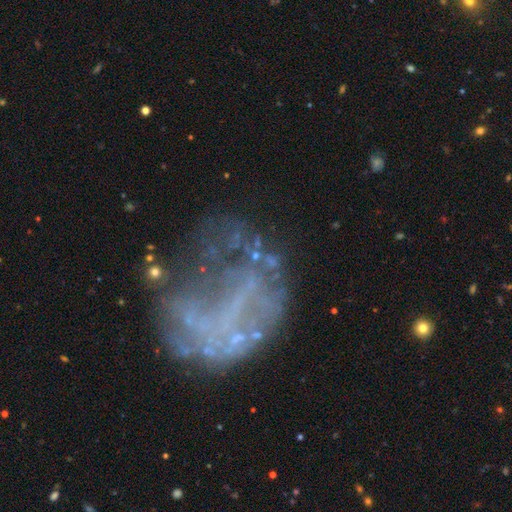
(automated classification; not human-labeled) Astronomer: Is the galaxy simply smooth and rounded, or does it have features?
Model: featured or disk — 55%.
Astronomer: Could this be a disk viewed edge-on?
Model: no — 94%.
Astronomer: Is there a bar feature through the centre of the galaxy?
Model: no — 68%.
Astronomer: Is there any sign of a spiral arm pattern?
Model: no — 63%.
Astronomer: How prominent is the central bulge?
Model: none — 60%.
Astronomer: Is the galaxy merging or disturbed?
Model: none — 46% (runner-up: major disturbance, 28%).